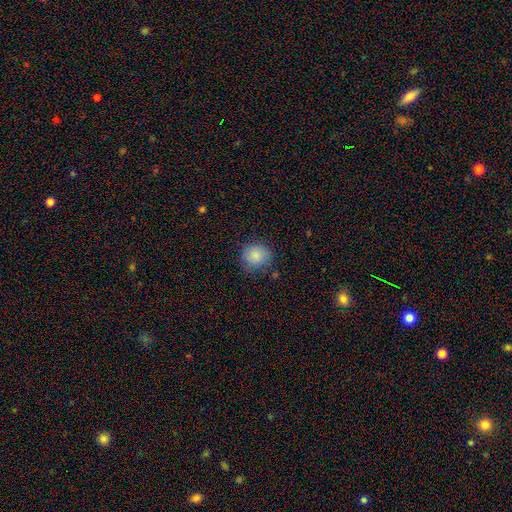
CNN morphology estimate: smooth-or-featured: smooth: 87% | star or artifact: 8% | featured or disk: 5%
  how-rounded: round: 85% | in between: 14% | cigar-shaped: 1%
  merging: none: 79% | minor disturbance: 16% | major disturbance: 4% | merger: 1%